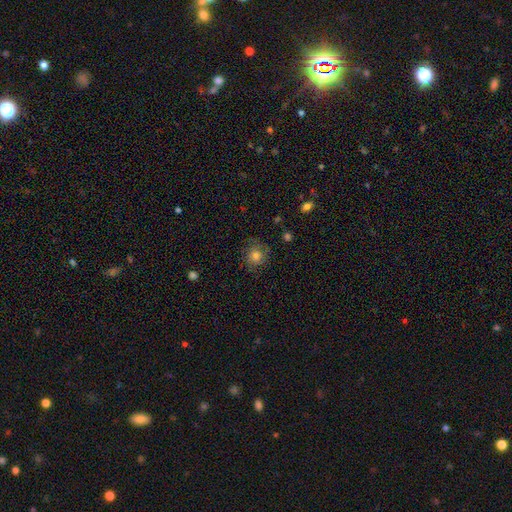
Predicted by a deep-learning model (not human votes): smooth_or_featured: smooth (p=0.58) [alt: featured or disk p=0.30]
how_rounded: round (p=0.85) [alt: in between p=0.14]
merging: none (p=0.76) [alt: minor disturbance p=0.16]